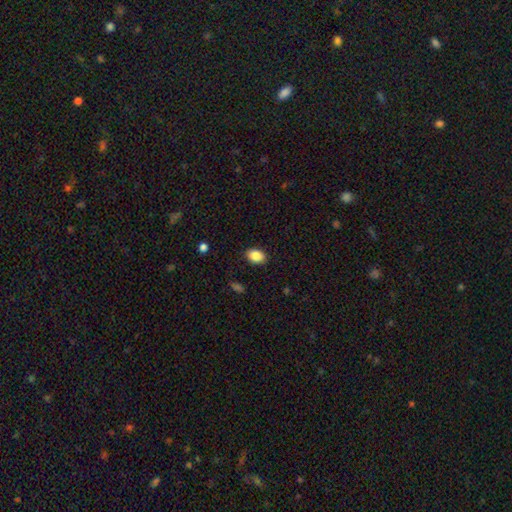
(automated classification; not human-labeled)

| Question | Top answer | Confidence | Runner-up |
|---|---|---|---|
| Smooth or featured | smooth | 87% | star or artifact (8%) |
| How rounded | in between | 81% | round (18%) |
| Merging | none | 88% | minor disturbance (9%) |